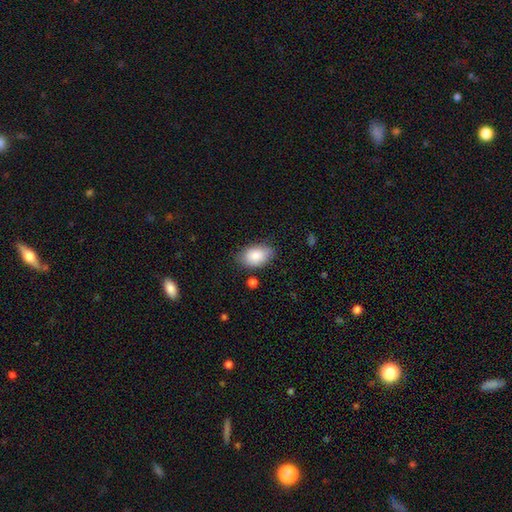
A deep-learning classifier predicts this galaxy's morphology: This is clearly a smooth galaxy (85%). How rounded: clearly in between (91%). Merging: likely none (76%).